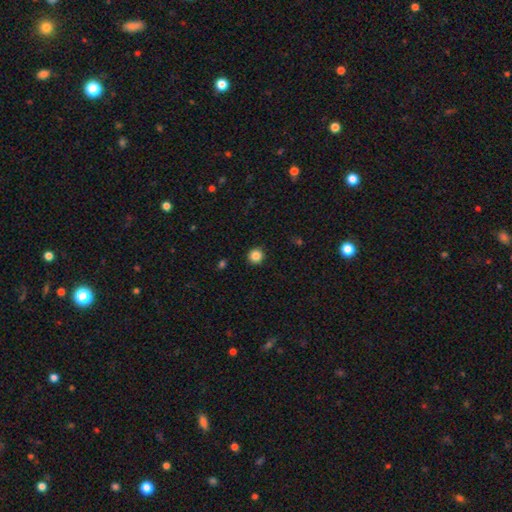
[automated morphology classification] A smooth galaxy with no disk features (86%) that is round (94%). Merging: none (91%).